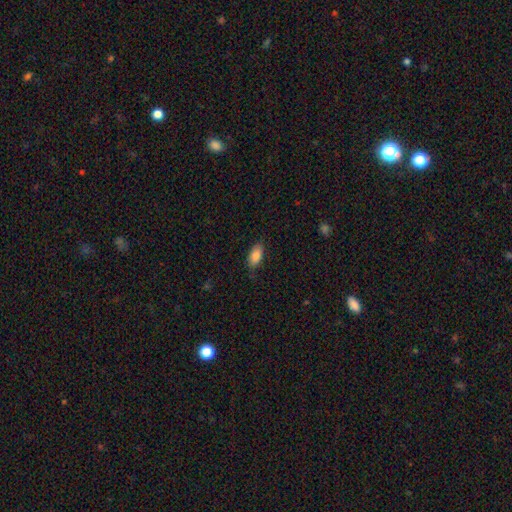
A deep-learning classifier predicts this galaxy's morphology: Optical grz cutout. It shows a smooth galaxy with no disk features (84%) that is in between round and cigar-shaped (91%). Merging: none (82%).